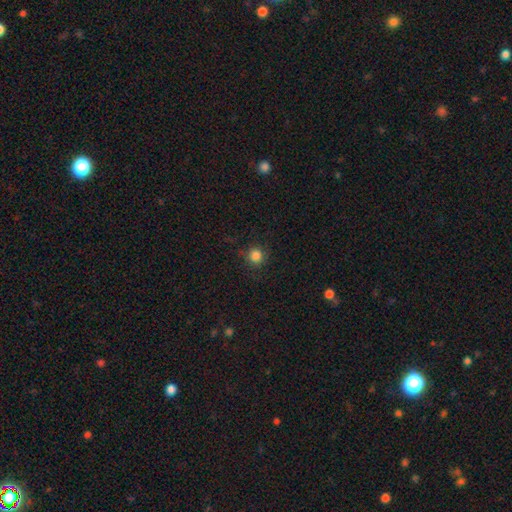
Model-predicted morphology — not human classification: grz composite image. It shows a smooth galaxy with no disk features (84%) that is round (93%). Merging: none (86%).